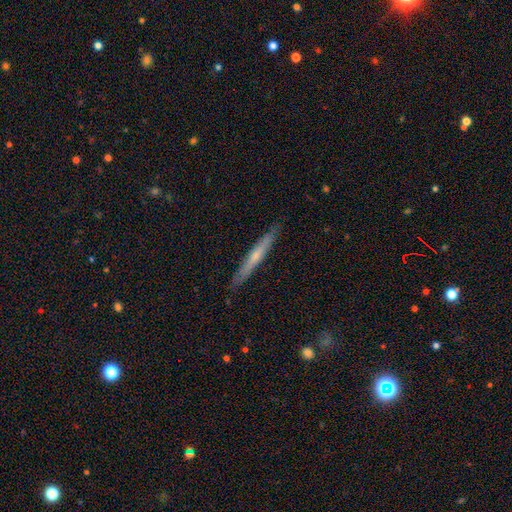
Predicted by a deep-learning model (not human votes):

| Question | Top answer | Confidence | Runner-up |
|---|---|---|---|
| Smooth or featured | featured or disk | 49% | smooth (46%) |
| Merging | none | 89% | minor disturbance (9%) |